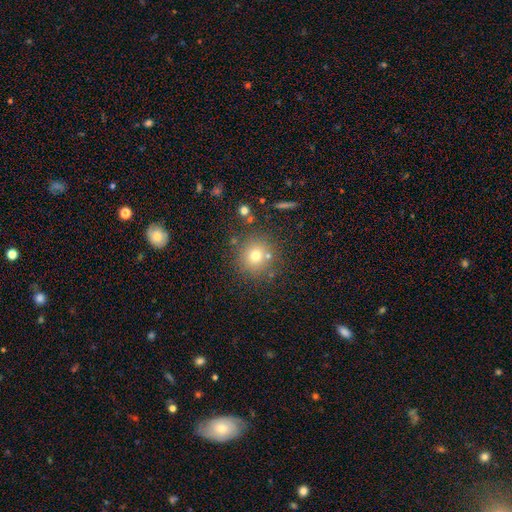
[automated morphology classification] smooth_or_featured: smooth (p=0.72) [alt: star or artifact p=0.16]
how_rounded: round (p=0.92) [alt: in between p=0.07]
merging: none (p=0.80) [alt: minor disturbance p=0.09]